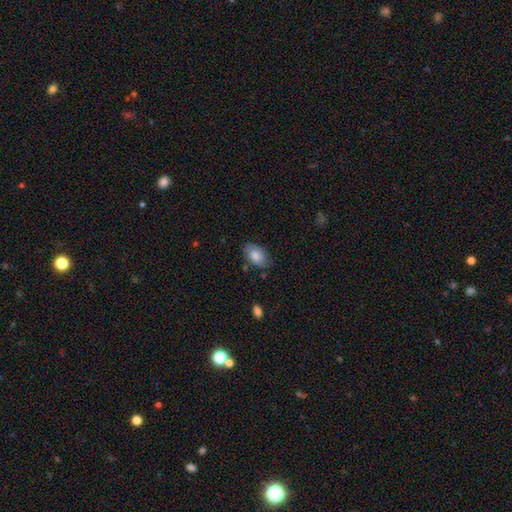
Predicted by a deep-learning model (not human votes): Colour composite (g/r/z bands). It shows a smooth galaxy with no disk features (82%) that is in between round and cigar-shaped (92%). Merging: none (76%).